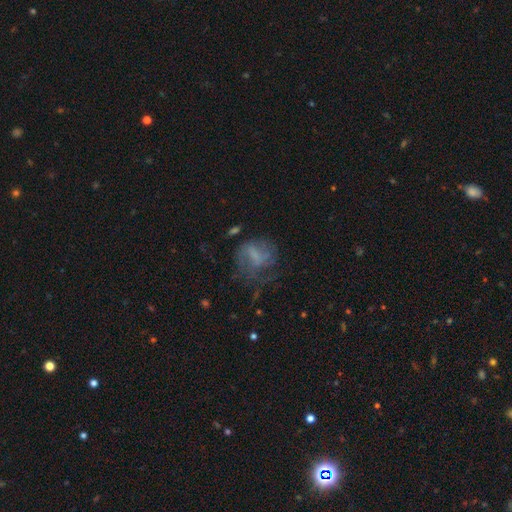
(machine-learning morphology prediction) Q: Smooth or featured?
A: featured or disk (44%); runner-up: smooth (42%)
Q: Merging?
A: none (39%); runner-up: major disturbance (36%)